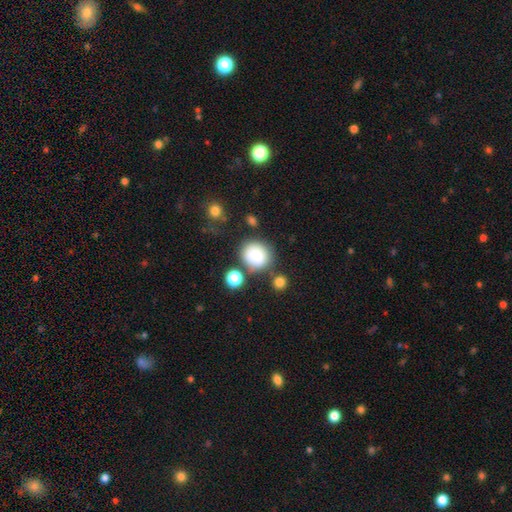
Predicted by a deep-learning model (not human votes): This is clearly a smooth galaxy (81%). How rounded: clearly round (84%). Merging: likely none (64%).